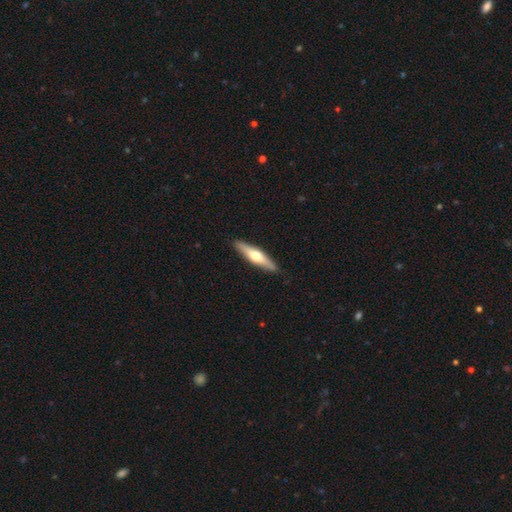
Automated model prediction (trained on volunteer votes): smooth_or_featured: featured or disk (p=0.55) [alt: smooth p=0.40]
disk_edge_on: yes (p=0.94) [alt: no p=0.06]
edge_on_bulge: rounded (p=0.91) [alt: boxy p=0.05]
merging: none (p=0.90) [alt: minor disturbance p=0.08]